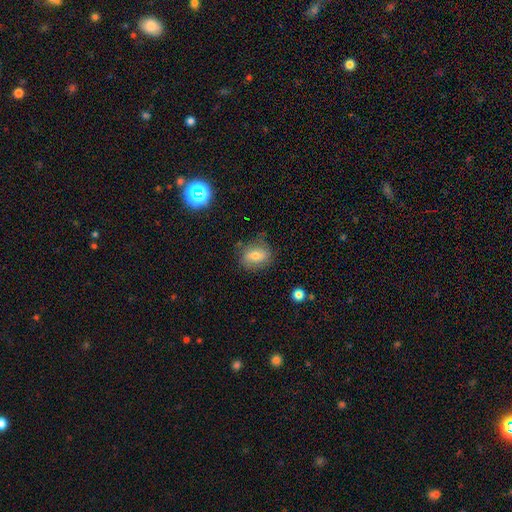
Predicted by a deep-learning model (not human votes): This appears to be a smooth galaxy with no disk features (70%) that is in between round and cigar-shaped (60%). Merging: none (72%).